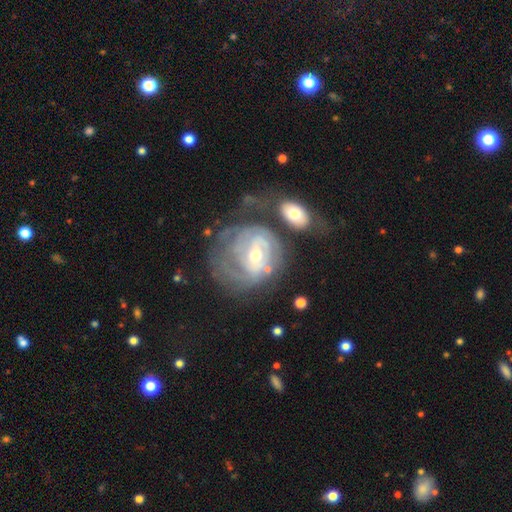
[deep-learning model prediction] Morphology: type=featured or disk (81%); edge-on=no (97%); bar=no (45%); spiral arms=yes (83%); winding=tight (62%); arm count=can't tell (46%); bulge=moderate (55%); merging=none (37%).